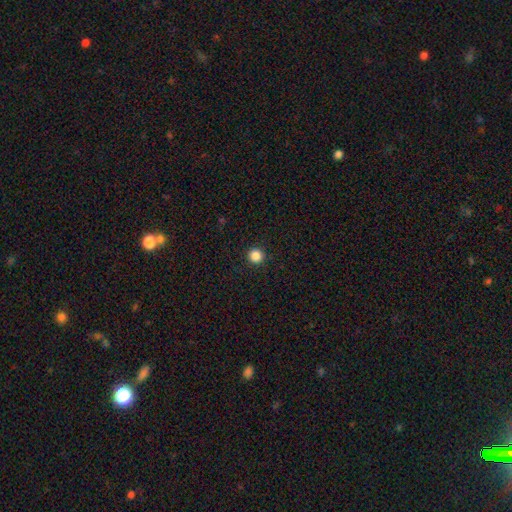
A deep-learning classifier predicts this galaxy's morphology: A smooth galaxy with no disk features (86%) that is round (96%). Merging: none (93%).